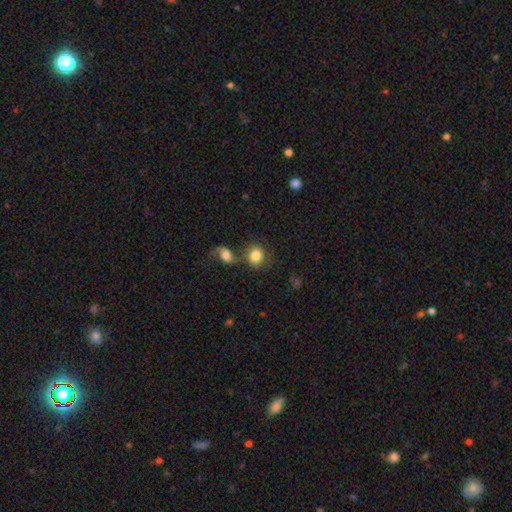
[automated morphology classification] A smooth galaxy with no disk features (79%) that is round (65%).

Vote fractions:
- Smooth or featured? smooth: 79% / featured or disk: 13% / star or artifact: 8%
- How rounded? round: 65% / in between: 33% / cigar-shaped: 1%
- Merging? none: 49% / merger: 32% / minor disturbance: 12% / major disturbance: 7%